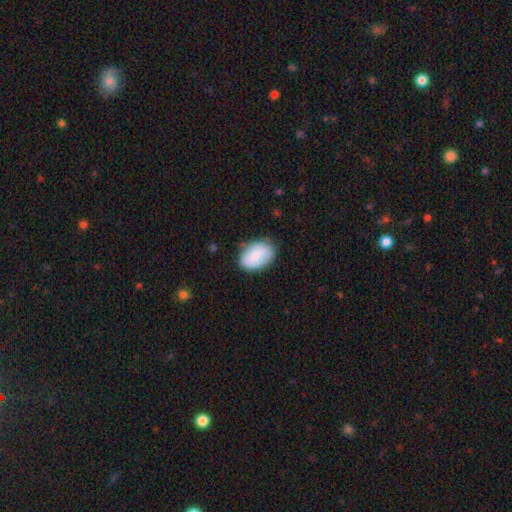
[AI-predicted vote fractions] Overall: smooth (75%). How rounded: in between (86%). Merging: none (76%).